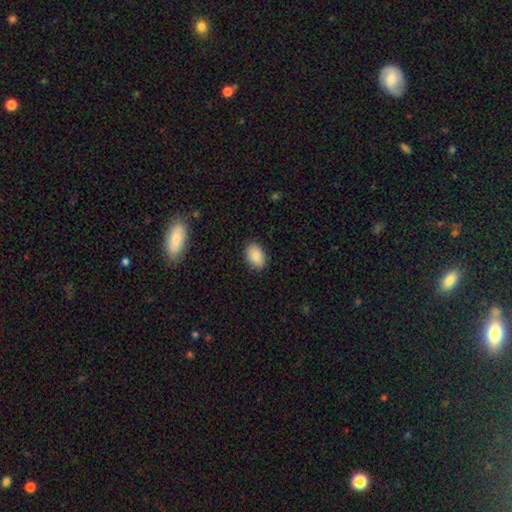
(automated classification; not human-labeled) Smooth or featured? Predicted: smooth (p=0.87). How rounded? Predicted: in between (p=0.85). Merging? Predicted: none (p=0.87).